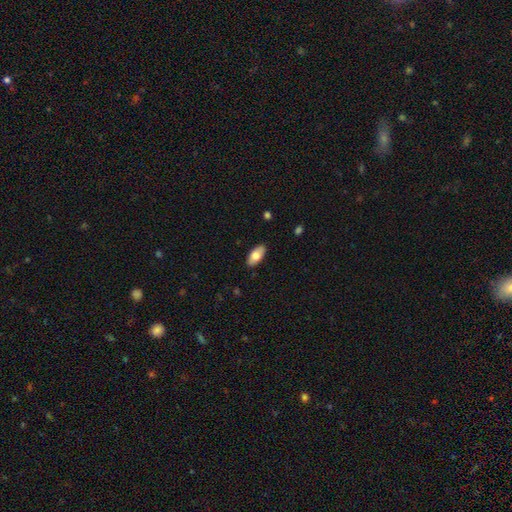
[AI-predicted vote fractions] Smooth or featured? smooth (73%)
How rounded? in between (91%)
Merging? none (88%)